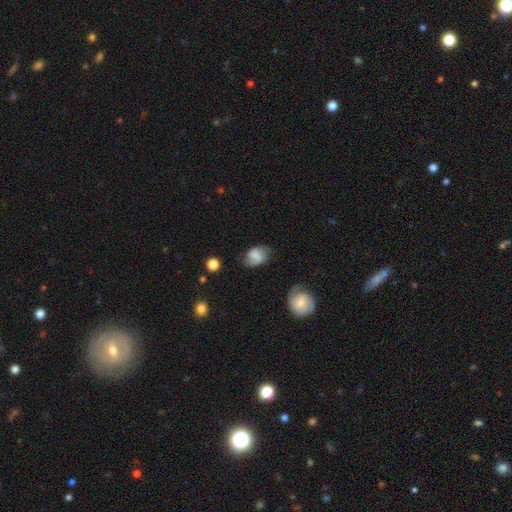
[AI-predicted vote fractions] Morphology: type=smooth (58%); roundness=in between (77%); merging=none (62%).